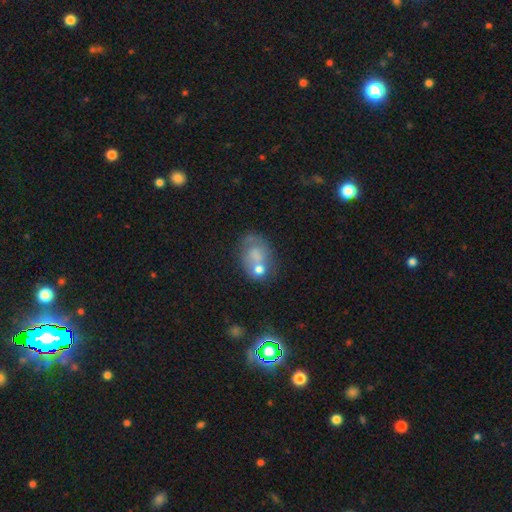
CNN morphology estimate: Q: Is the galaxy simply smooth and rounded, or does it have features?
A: smooth — 55%.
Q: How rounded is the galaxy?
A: in between — 67%.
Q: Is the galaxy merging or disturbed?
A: none — 33%.